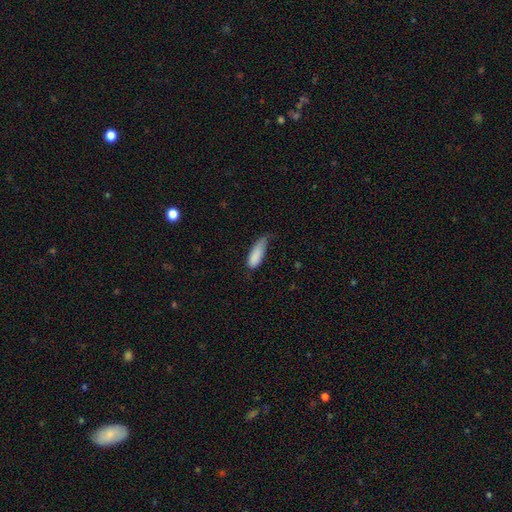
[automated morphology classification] The model was most divided on "merging": minor disturbance: 48%, none: 30%, major disturbance: 20%, merger: 3%. More confident: smooth or featured — smooth (85%); how rounded — in between (64%).